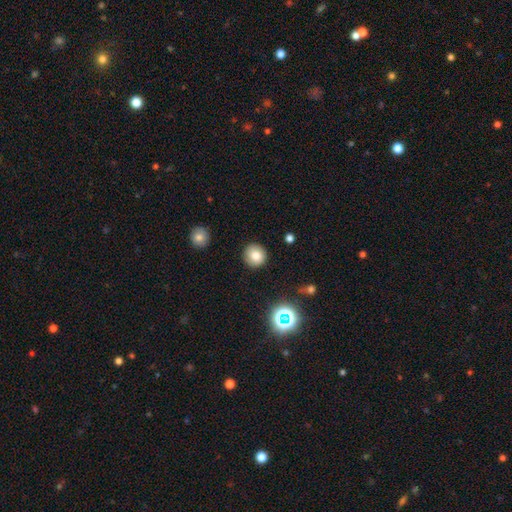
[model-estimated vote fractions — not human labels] A smooth galaxy with no disk features (80%) that is round (93%). Merging: none (90%).